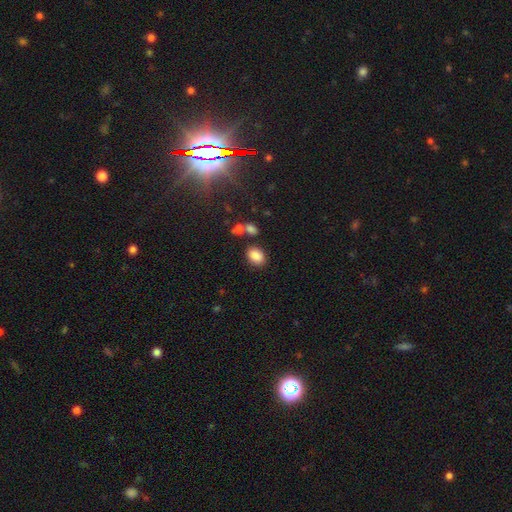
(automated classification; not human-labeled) Morphology: type=smooth (86%); roundness=in between (75%); merging=none (76%).